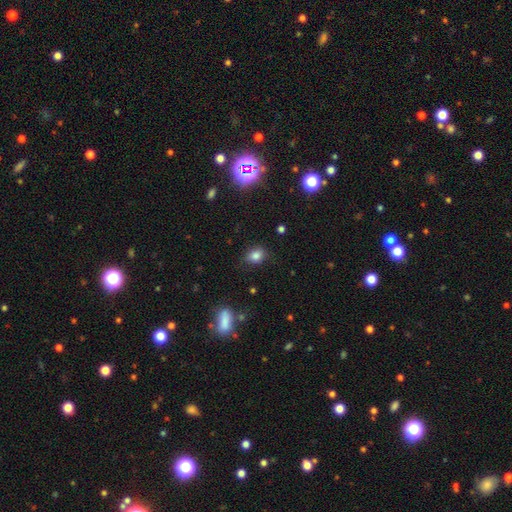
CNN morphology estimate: Smooth or featured: smooth — 81% (star or artifact — 12%)
How rounded: in between — 60% (round — 39%)
Merging: none — 77% (minor disturbance — 17%)